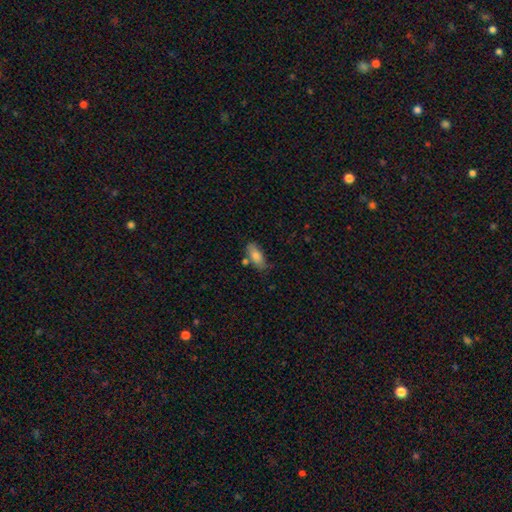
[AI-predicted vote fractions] smooth 80%, featured or disk 13%, star or artifact 7%. Down the decision tree: how rounded — in between (86%); merging — none (66%).